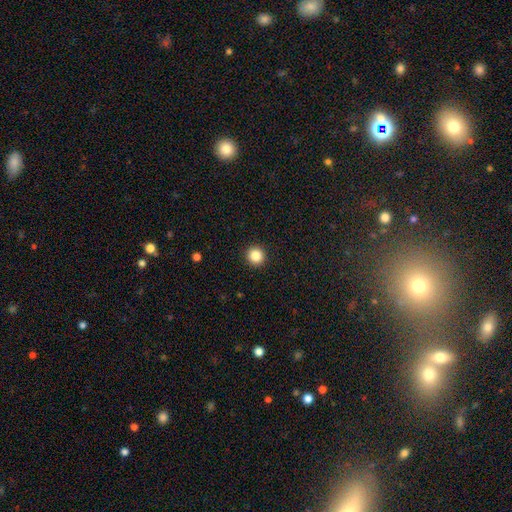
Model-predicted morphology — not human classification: Smooth or featured?
  - smooth: 85% *
  - star or artifact: 11%
  - featured or disk: 4%
How rounded?
  - round: 95% *
  - in between: 4%
  - cigar-shaped: 1%
Merging?
  - none: 93% *
  - minor disturbance: 4%
  - major disturbance: 2%
  - merger: 1%